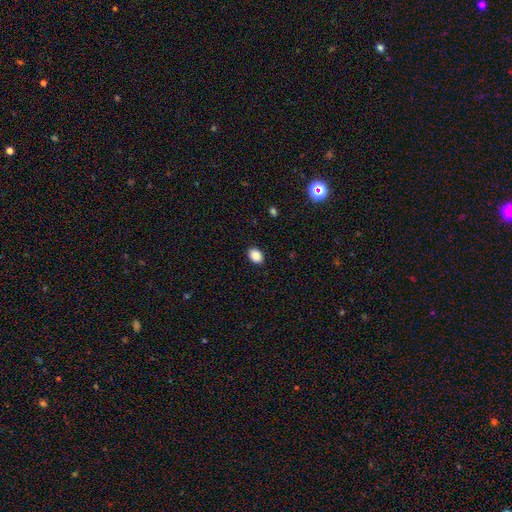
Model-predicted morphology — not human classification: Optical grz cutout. It shows a smooth galaxy with no disk features (89%) that is in between round and cigar-shaped (75%). Merging: none (89%).